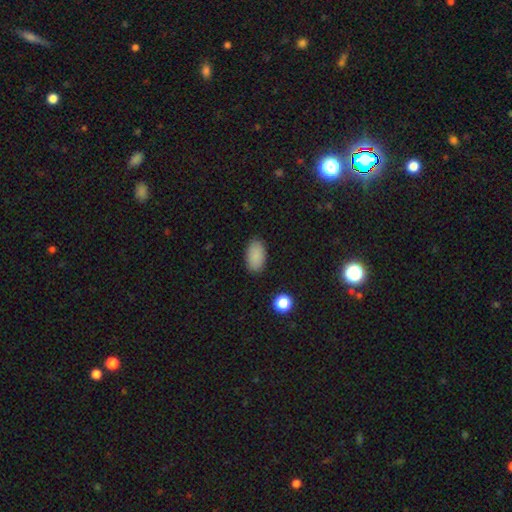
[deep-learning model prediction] Morphology: type=smooth (87%); roundness=in between (93%); merging=none (86%).